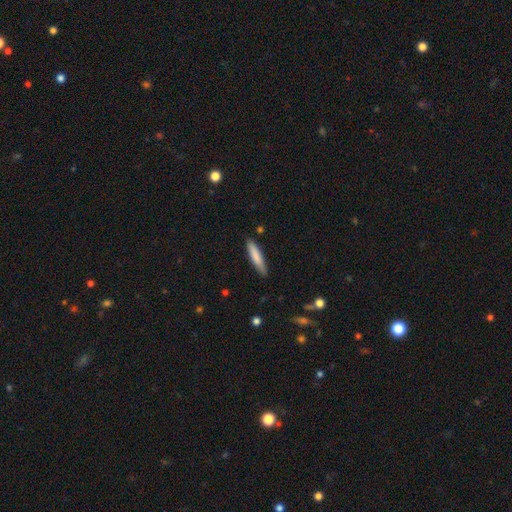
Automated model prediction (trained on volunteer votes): Morphology: type=smooth (81%); roundness=cigar-shaped (85%); merging=none (84%).